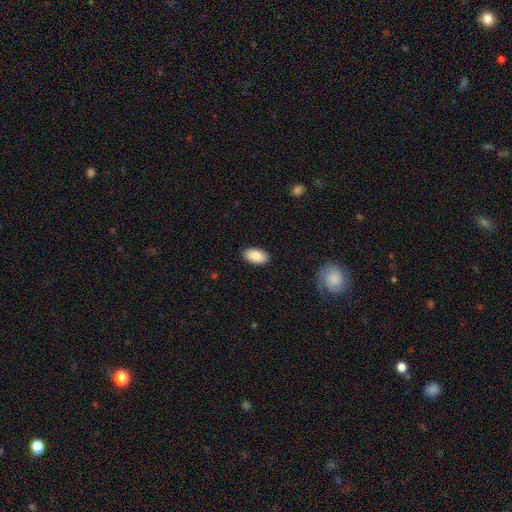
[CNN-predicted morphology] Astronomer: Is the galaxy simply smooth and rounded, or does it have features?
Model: smooth — 89%.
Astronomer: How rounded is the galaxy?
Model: in between — 95%.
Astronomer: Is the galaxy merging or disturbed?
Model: none — 89%.